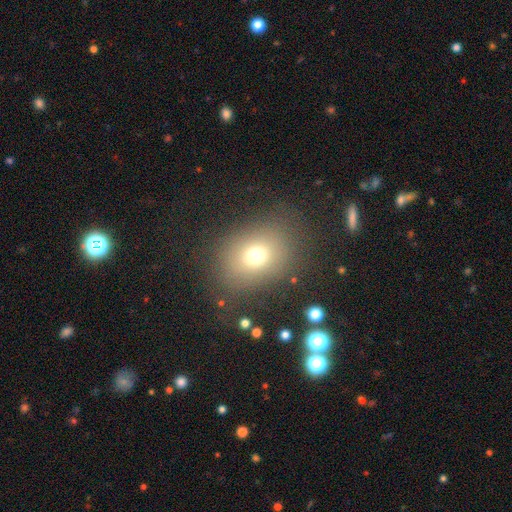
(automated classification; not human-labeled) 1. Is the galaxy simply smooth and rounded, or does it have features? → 70% smooth, 17% star or artifact, 13% featured or disk.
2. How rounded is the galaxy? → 53% in between, 46% round, 1% cigar-shaped.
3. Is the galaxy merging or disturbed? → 78% none, 12% minor disturbance, 8% major disturbance, 2% merger.